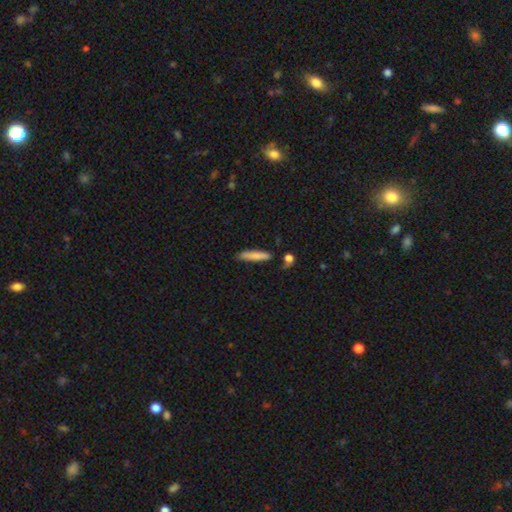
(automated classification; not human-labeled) Smooth or featured: smooth — 77% (featured or disk — 17%)
How rounded: cigar-shaped — 87% (in between — 11%)
Merging: none — 75% (minor disturbance — 16%)